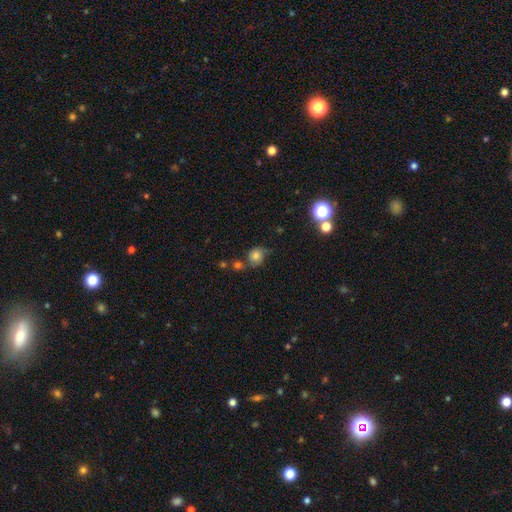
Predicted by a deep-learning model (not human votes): The model was most divided on "merging": none: 50%, minor disturbance: 24%, merger: 17%, major disturbance: 10%. More confident: how rounded — round (75%); smooth or featured — smooth (70%).